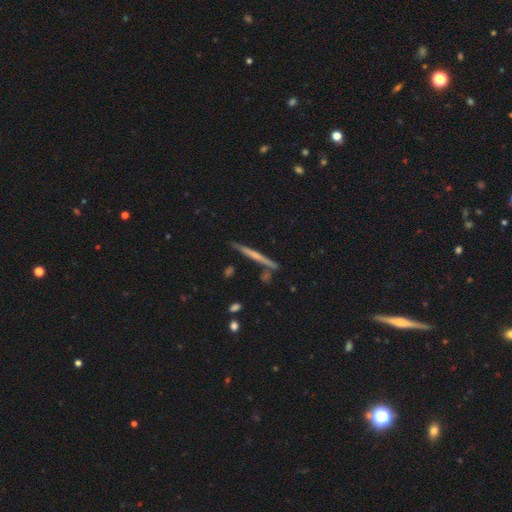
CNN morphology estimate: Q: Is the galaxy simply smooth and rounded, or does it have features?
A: featured or disk — 59%.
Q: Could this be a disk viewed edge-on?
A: yes — 97%.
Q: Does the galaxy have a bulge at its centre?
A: none — 56%.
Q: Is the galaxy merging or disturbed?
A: none — 84%.